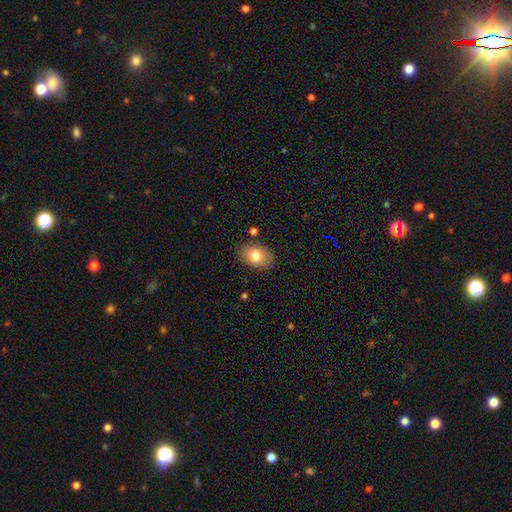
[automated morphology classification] Smooth or featured? smooth (78%)
How rounded? in between (80%)
Merging? none (85%)